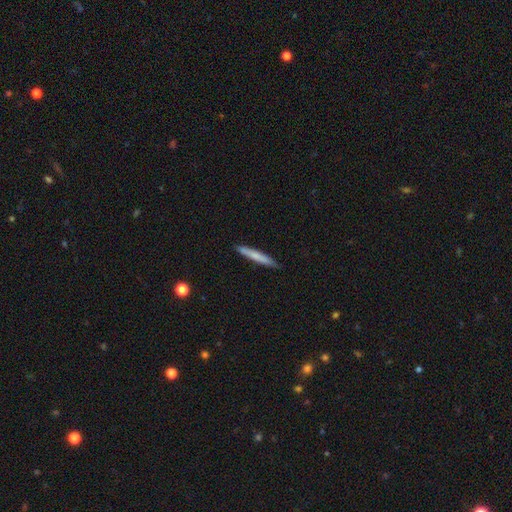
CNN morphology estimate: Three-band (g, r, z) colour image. It shows a smooth galaxy with no disk features (69%) that is cigar-shaped (95%). Merging: none (88%).